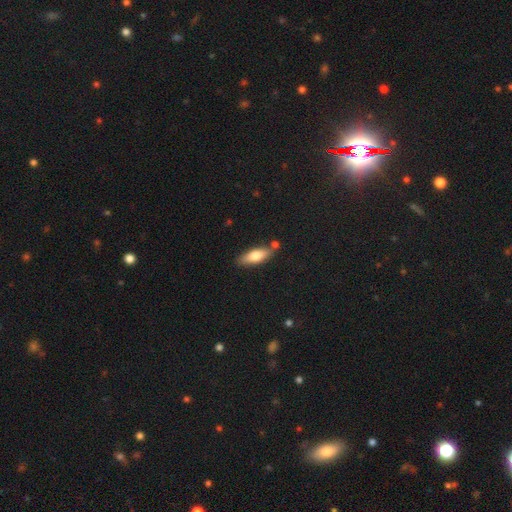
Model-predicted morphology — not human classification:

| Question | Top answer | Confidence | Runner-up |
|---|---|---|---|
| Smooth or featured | smooth | 69% | featured or disk (24%) |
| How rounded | in between | 57% | cigar-shaped (40%) |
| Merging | none | 75% | minor disturbance (13%) |